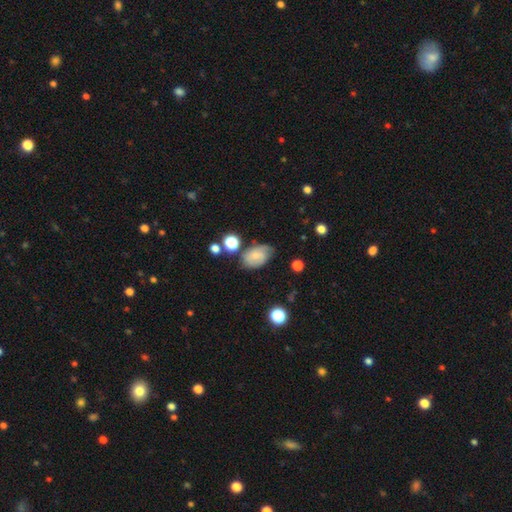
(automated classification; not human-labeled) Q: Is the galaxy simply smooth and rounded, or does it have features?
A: smooth — 61%.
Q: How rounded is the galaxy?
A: in between — 87%.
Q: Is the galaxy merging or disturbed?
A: none — 58%.